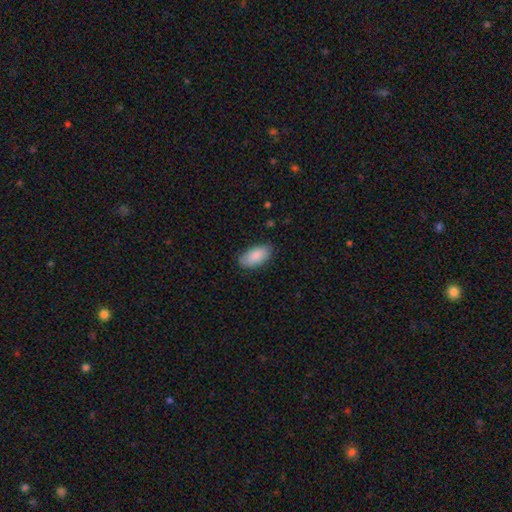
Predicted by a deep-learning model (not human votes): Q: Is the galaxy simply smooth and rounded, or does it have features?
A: smooth — 86%.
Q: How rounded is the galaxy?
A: in between — 94%.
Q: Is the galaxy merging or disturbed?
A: none — 82%.